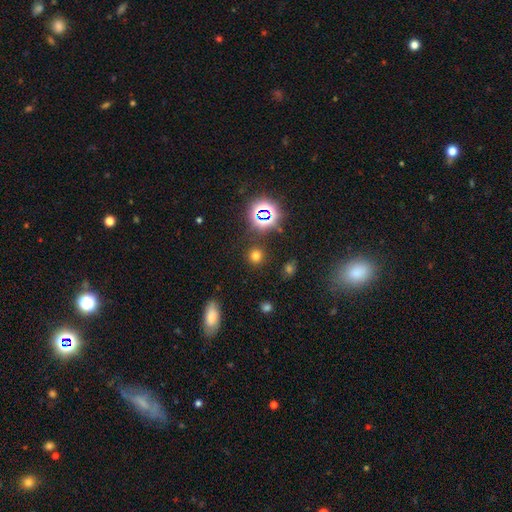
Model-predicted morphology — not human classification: The model was most divided on "smooth or featured": smooth: 67%, star or artifact: 27%, featured or disk: 6%. More confident: how rounded — round (90%); merging — none (87%).